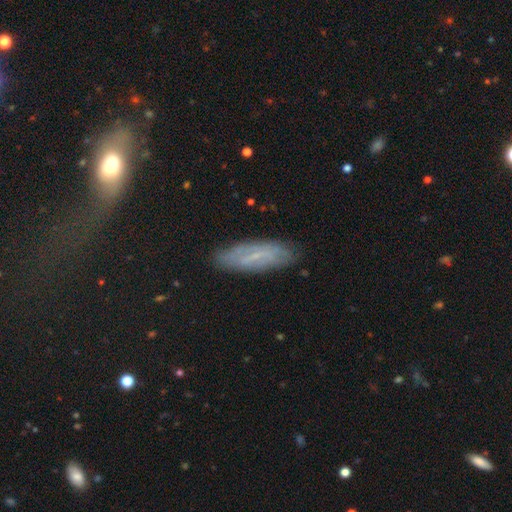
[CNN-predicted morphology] Smooth or featured: featured or disk — 50% (smooth — 40%)
Merging: none — 81% (minor disturbance — 14%)